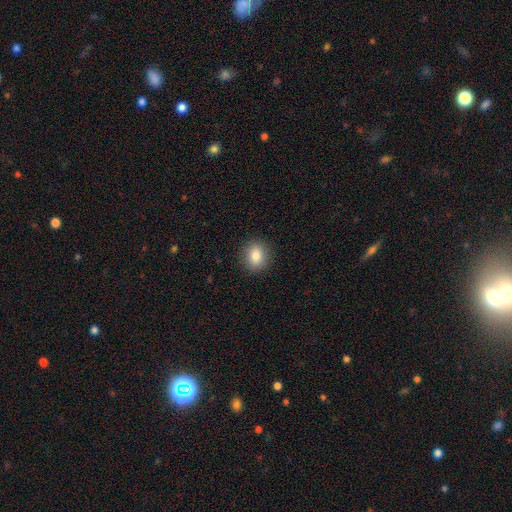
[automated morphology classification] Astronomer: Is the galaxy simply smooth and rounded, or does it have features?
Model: smooth — 84%.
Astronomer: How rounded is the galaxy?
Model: round — 56% (runner-up: in between, 43%).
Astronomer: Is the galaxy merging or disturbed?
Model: none — 89%.